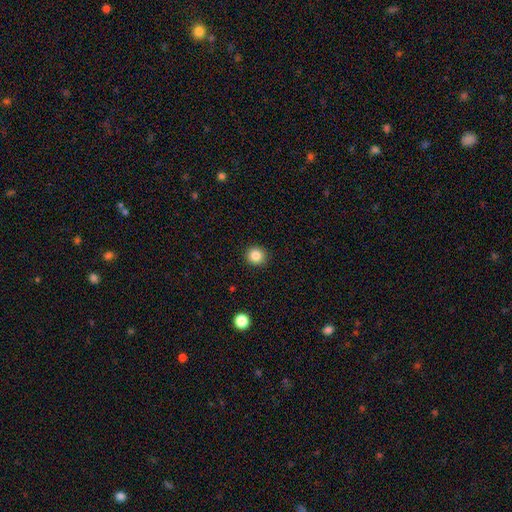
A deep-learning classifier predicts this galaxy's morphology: smooth_or_featured: smooth (p=0.85) [alt: star or artifact p=0.10]
how_rounded: round (p=0.92) [alt: in between p=0.07]
merging: none (p=0.92) [alt: minor disturbance p=0.05]